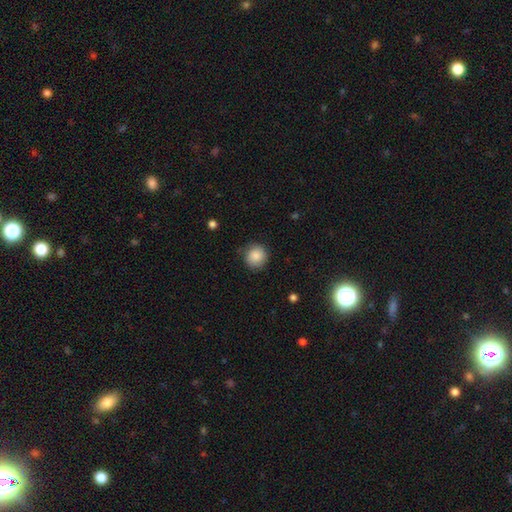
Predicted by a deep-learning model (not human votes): smooth-or-featured: smooth: 85% | star or artifact: 8% | featured or disk: 7%
  how-rounded: round: 91% | in between: 8% | cigar-shaped: 1%
  merging: none: 81% | minor disturbance: 15% | major disturbance: 4% | merger: 1%